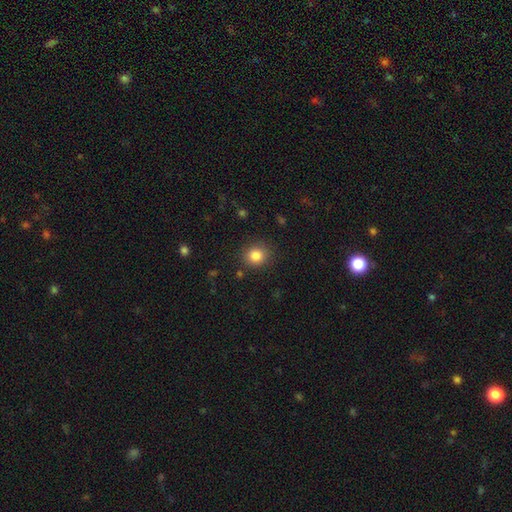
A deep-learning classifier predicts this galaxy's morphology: This appears to be a smooth galaxy with no disk features (84%) that is round (84%). Merging: none (87%).